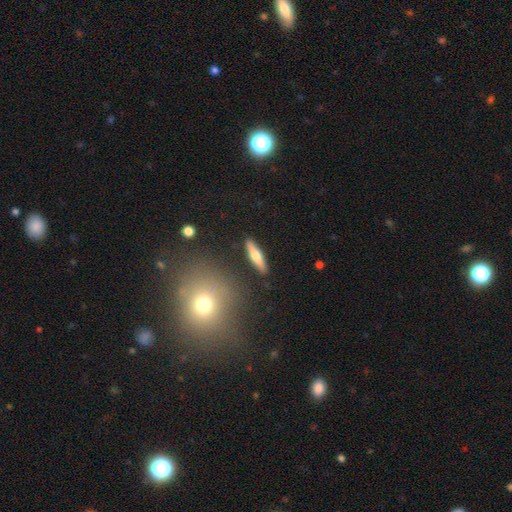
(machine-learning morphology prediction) smooth-or-featured: smooth: 55% | featured or disk: 39% | star or artifact: 6%
  how-rounded: cigar-shaped: 75% | in between: 23% | round: 3%
  merging: none: 89% | minor disturbance: 7% | major disturbance: 2% | merger: 2%